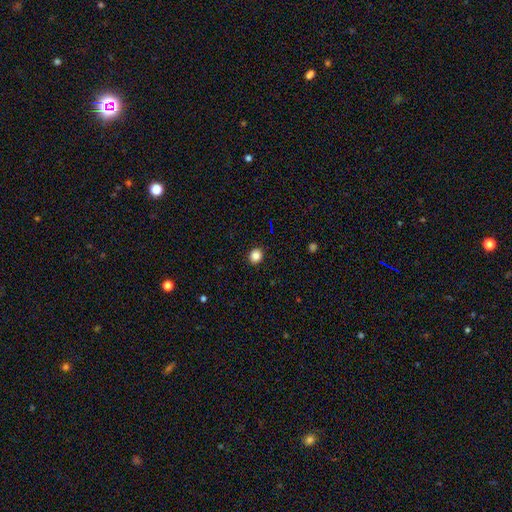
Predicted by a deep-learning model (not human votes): This is clearly a smooth galaxy (85%). How rounded: likely round (78%). Merging: clearly none (92%).